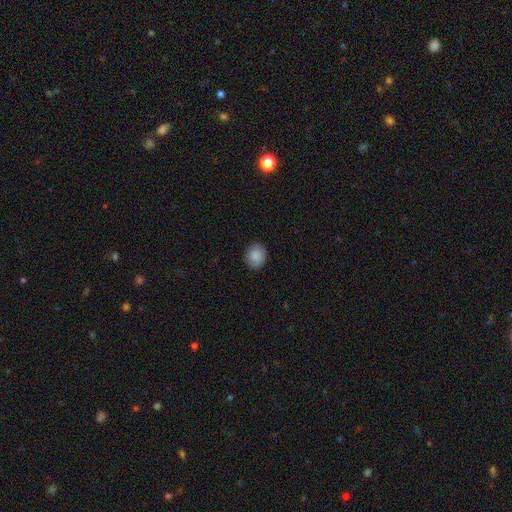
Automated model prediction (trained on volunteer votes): Overall: smooth (86%). How rounded: round (75%). Merging: none (87%).